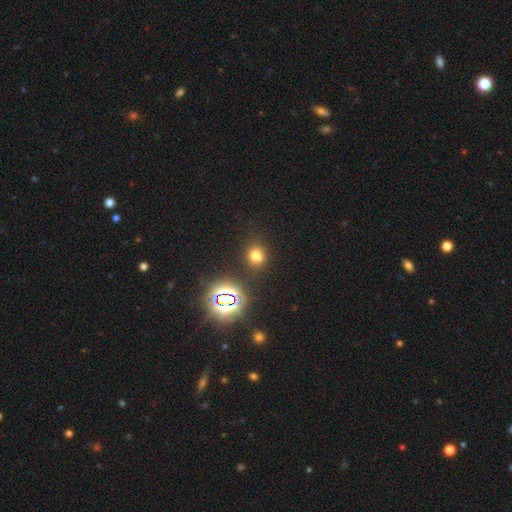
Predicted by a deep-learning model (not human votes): A smooth galaxy with no disk features (66%) that is round (71%). Merging: none (77%).